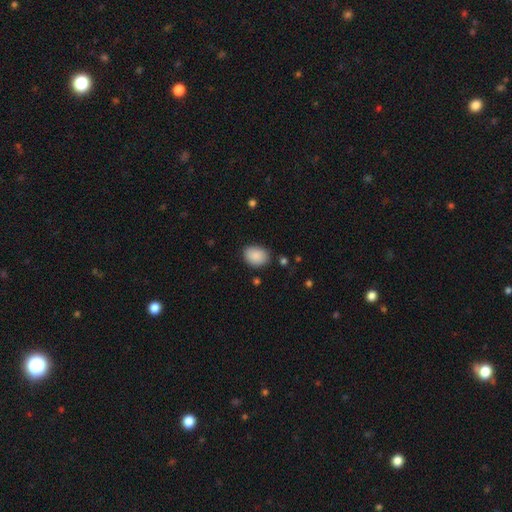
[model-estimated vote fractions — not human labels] A smooth galaxy with no disk features (89%) that is in between round and cigar-shaped (68%).

Vote fractions:
- Smooth or featured? smooth: 89% / star or artifact: 7% / featured or disk: 4%
- How rounded? in between: 68% / round: 31% / cigar-shaped: 1%
- Merging? none: 82% / minor disturbance: 13% / major disturbance: 3% / merger: 2%